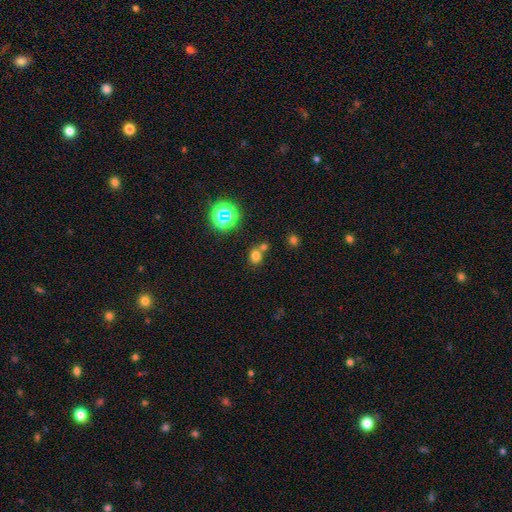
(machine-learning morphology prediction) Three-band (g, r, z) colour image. It shows a smooth galaxy with no disk features (70%) that is round (62%). Merging: none (57%).